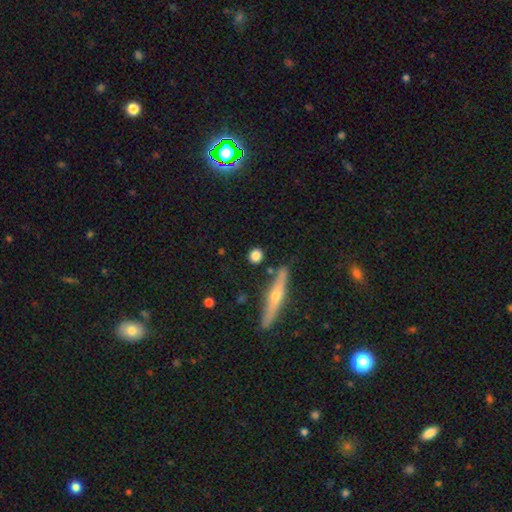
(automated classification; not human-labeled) A smooth galaxy with no disk features (78%) that is round (81%). Merging: none (84%).